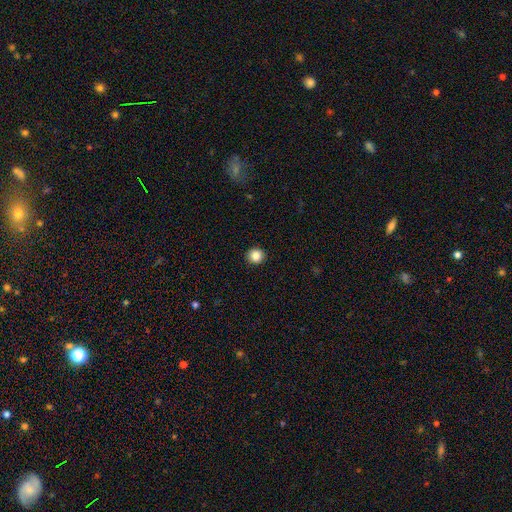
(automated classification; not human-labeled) A smooth galaxy with no disk features (85%) that is round (92%). Merging: none (93%).